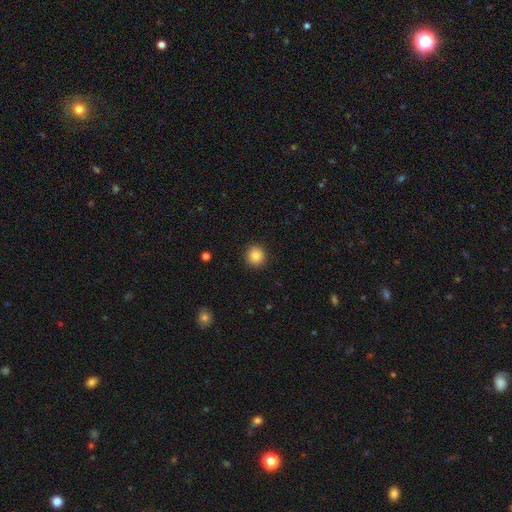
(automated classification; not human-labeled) Smooth or featured? Predicted: smooth (p=0.86). How rounded? Predicted: round (p=0.93). Merging? Predicted: none (p=0.91).